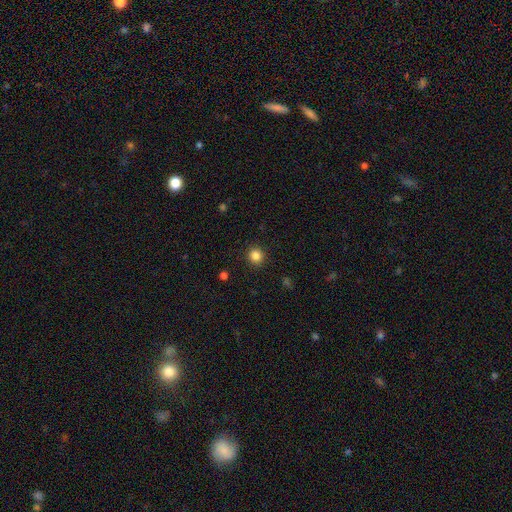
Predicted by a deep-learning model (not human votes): Smooth or featured? Predicted: smooth (p=0.85). How rounded? Predicted: round (p=0.92). Merging? Predicted: none (p=0.92).